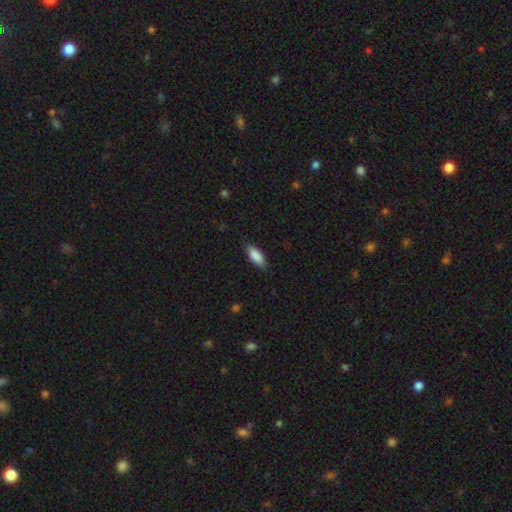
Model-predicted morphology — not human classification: type=smooth (88%); roundness=in between (80%); merging=none (81%).